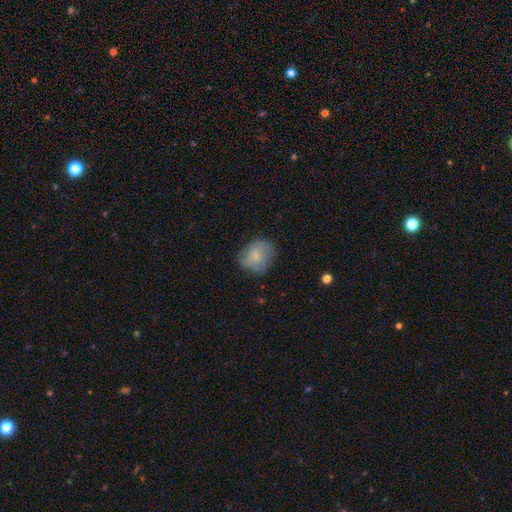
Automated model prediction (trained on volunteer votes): Q: Smooth or featured?
A: smooth (67%); runner-up: featured or disk (25%)
Q: How rounded?
A: round (70%); runner-up: in between (29%)
Q: Merging?
A: none (63%); runner-up: minor disturbance (27%)